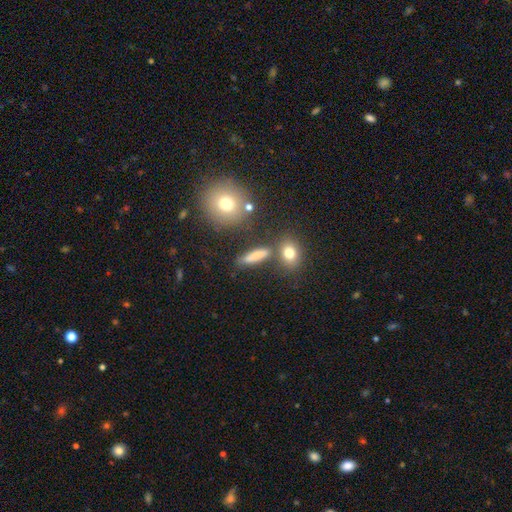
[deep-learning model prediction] This is likely a smooth galaxy (75%). How rounded: likely cigar-shaped (63%). Merging: likely none (75%).